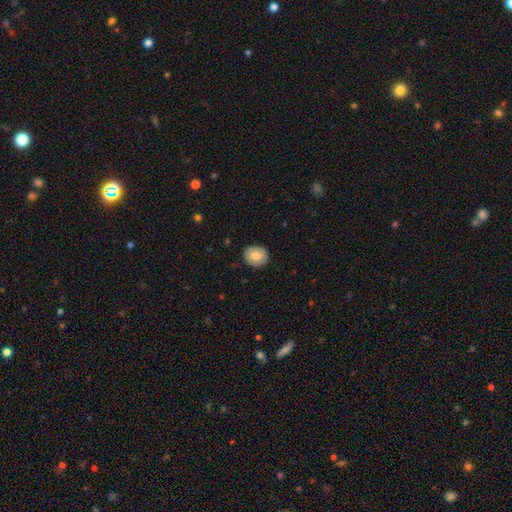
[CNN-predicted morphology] smooth 78%, featured or disk 15%, star or artifact 7%. Down the decision tree: how rounded — round (70%); merging — none (87%).